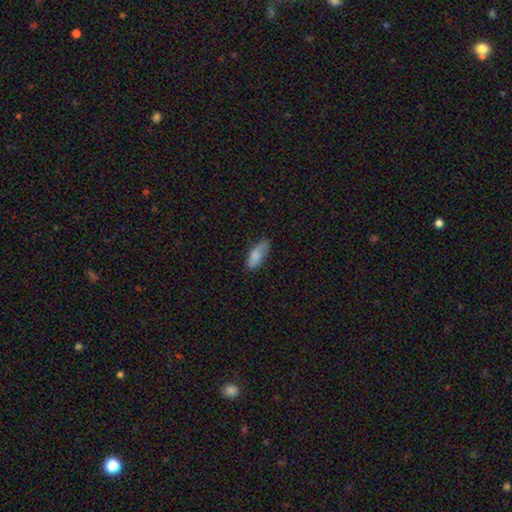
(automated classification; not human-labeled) Smooth or featured? smooth (84%)
How rounded? in between (76%)
Merging? none (68%)